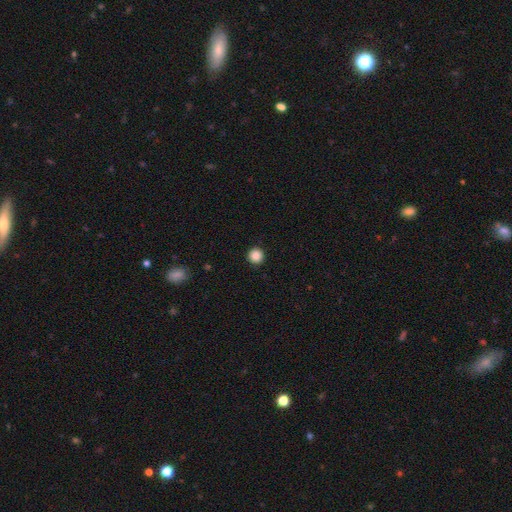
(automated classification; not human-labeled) smooth 87%, star or artifact 10%, featured or disk 3%. Down the decision tree: how rounded — round (96%); merging — none (93%).